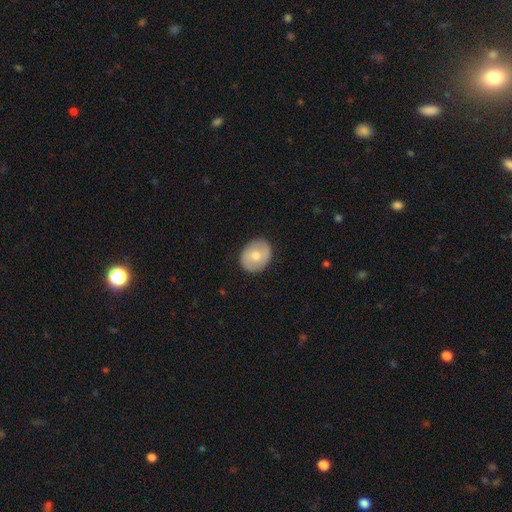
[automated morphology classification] smooth_or_featured: smooth (p=0.65) [alt: featured or disk p=0.29]
how_rounded: round (p=0.57) [alt: in between p=0.42]
merging: none (p=0.87) [alt: minor disturbance p=0.09]